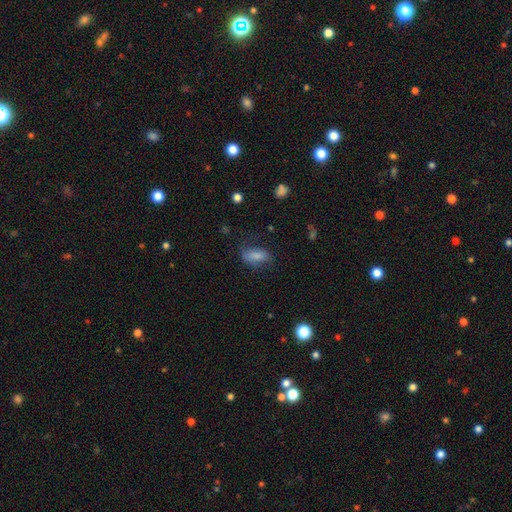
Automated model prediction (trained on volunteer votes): Overall: smooth (75%). How rounded: in between (87%). Merging: none (59%; minor disturbance 25%).